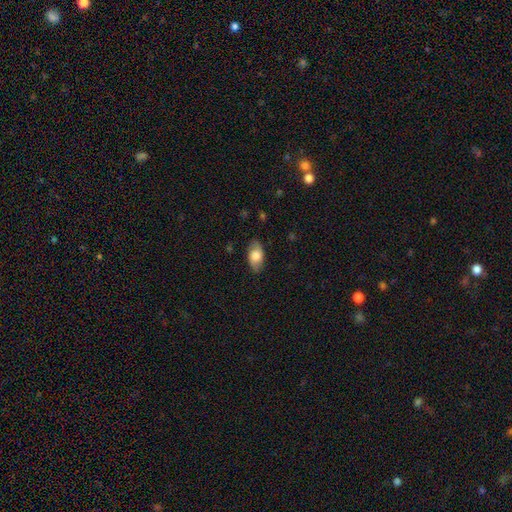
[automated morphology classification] smooth-or-featured: smooth: 66% | featured or disk: 27% | star or artifact: 7%
  how-rounded: in between: 91% | round: 5% | cigar-shaped: 3%
  merging: none: 82% | minor disturbance: 13% | major disturbance: 3% | merger: 1%